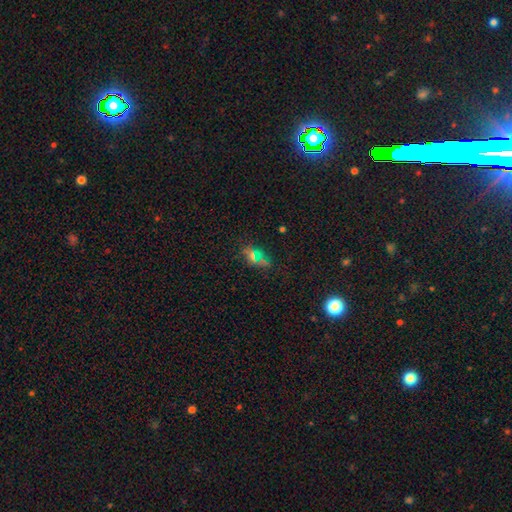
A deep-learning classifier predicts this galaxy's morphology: type=smooth (51%); roundness=in between (78%); merging=none (76%).